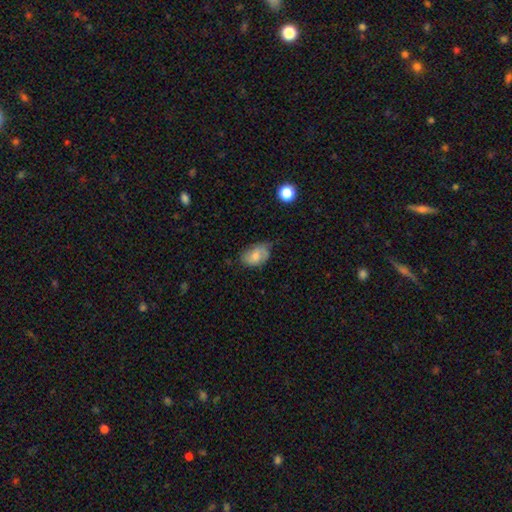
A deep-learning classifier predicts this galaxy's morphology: smooth_or_featured: smooth (p=0.61) [alt: featured or disk p=0.31]
how_rounded: in between (p=0.86) [alt: round p=0.12]
merging: none (p=0.53) [alt: minor disturbance p=0.35]